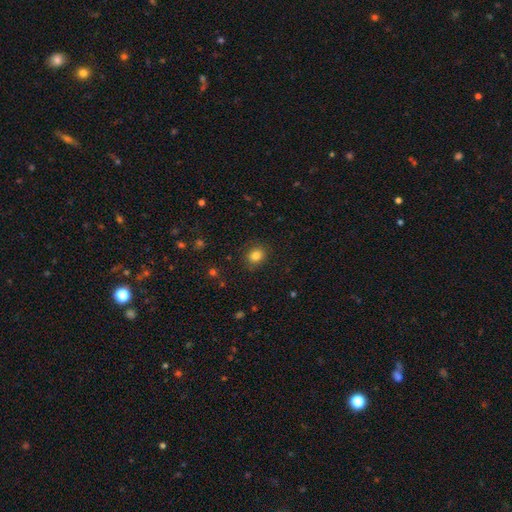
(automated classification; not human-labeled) smooth-or-featured: smooth: 83% | star or artifact: 11% | featured or disk: 6%
  how-rounded: round: 73% | in between: 26% | cigar-shaped: 1%
  merging: none: 86% | minor disturbance: 10% | major disturbance: 3% | merger: 1%